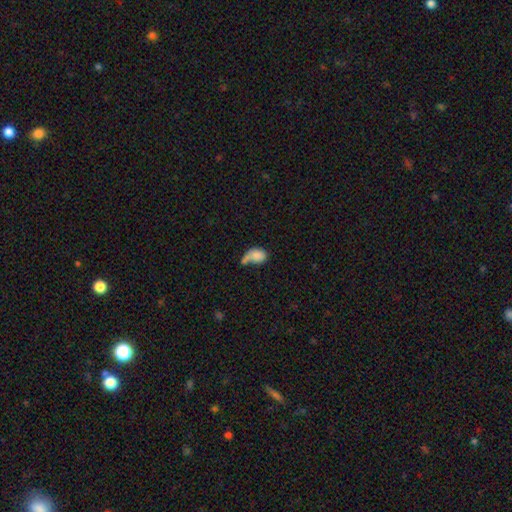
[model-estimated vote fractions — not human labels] Smooth or featured: smooth — 78% (featured or disk — 13%)
How rounded: in between — 77% (round — 21%)
Merging: merger — 29% (none — 26%)